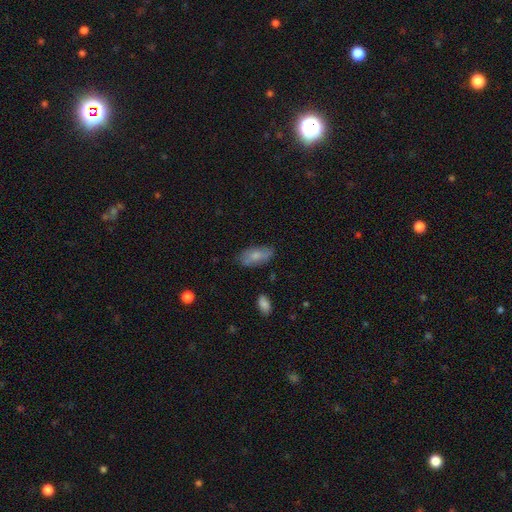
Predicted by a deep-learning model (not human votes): smooth_or_featured: smooth (p=0.77) [alt: featured or disk p=0.17]
how_rounded: in between (p=0.89) [alt: cigar-shaped p=0.08]
merging: none (p=0.76) [alt: minor disturbance p=0.18]